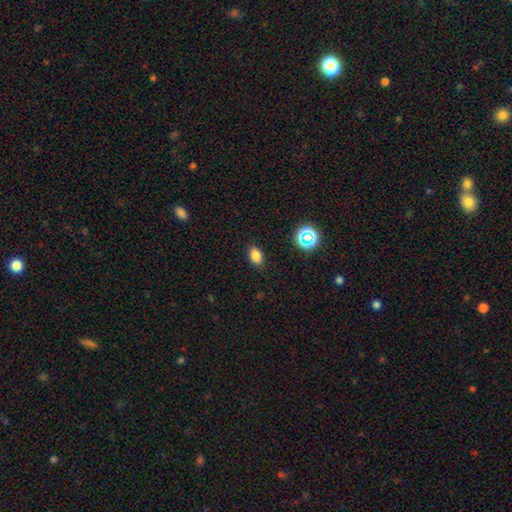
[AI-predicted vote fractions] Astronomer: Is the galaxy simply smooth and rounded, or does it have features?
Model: smooth — 81%.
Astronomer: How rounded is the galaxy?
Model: in between — 85%.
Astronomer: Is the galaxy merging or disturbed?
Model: none — 87%.